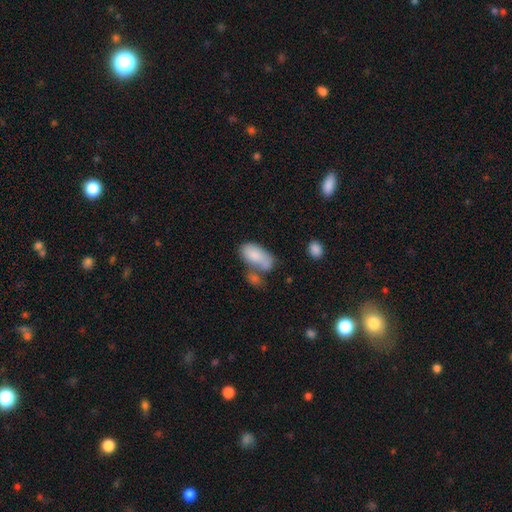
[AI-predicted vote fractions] Smooth or featured? Predicted: smooth (p=0.80). How rounded? Predicted: in between (p=0.93). Merging? Predicted: merger (p=0.39).